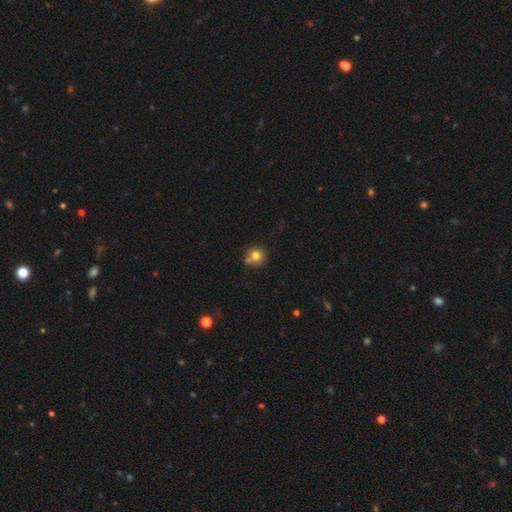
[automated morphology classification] This is likely a smooth galaxy (77%). How rounded: clearly round (90%). Merging: likely none (62%).